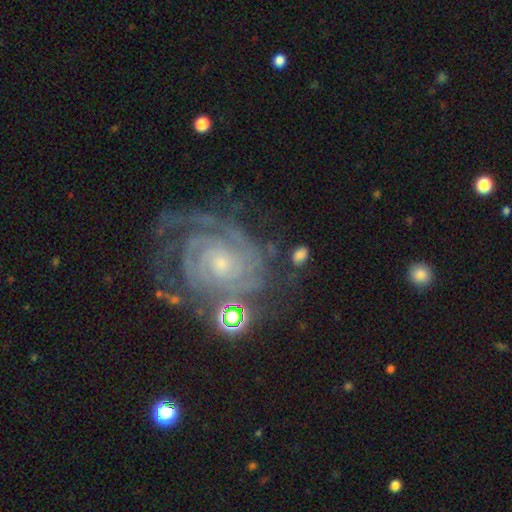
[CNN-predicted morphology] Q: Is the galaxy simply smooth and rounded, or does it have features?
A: featured or disk — 89%.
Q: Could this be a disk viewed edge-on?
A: no — 97%.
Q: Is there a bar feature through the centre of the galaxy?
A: no — 76%.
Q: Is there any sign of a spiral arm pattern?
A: yes — 98%.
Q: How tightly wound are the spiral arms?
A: tight — 80%.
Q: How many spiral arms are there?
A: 2 — 29%.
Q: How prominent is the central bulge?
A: small — 75%.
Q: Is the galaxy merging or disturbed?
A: none — 66%.